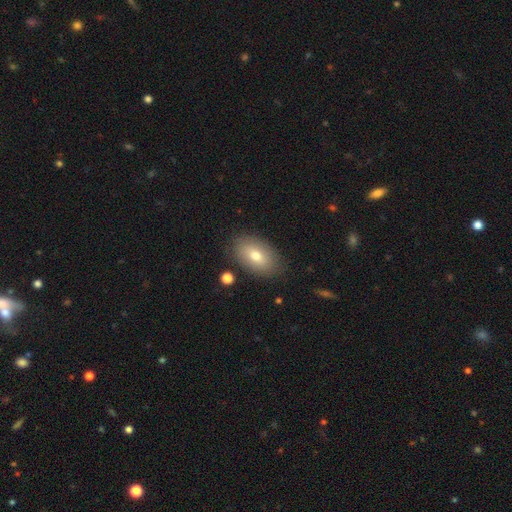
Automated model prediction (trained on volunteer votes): Morphology: type=smooth (72%); roundness=in between (90%); merging=none (83%).